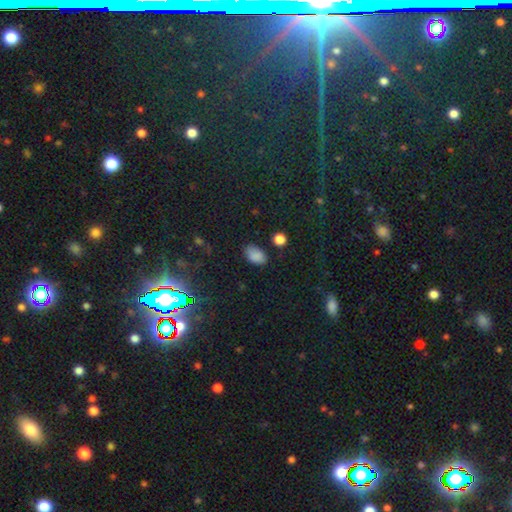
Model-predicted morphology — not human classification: A smooth galaxy with no disk features (81%) that is in between round and cigar-shaped (89%). Merging: none (76%).